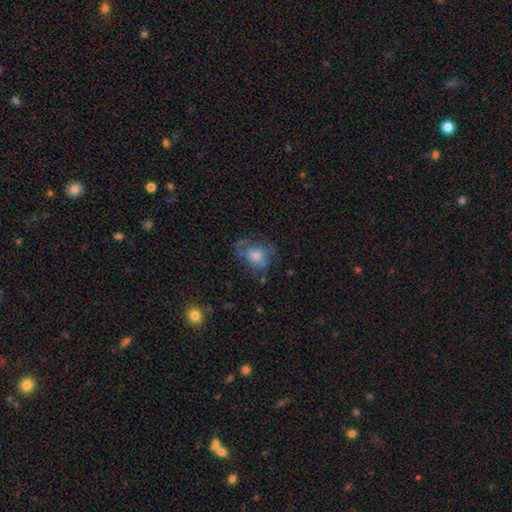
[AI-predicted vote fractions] Smooth or featured?
  - smooth: 45% *
  - featured or disk: 42%
  - star or artifact: 12%
Merging?
  - none: 47% *
  - major disturbance: 26%
  - minor disturbance: 24%
  - merger: 3%